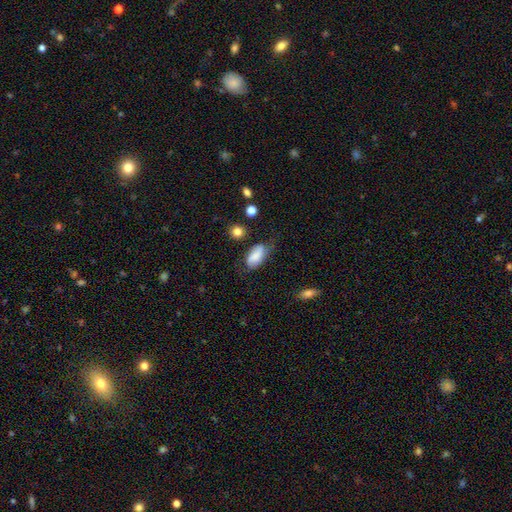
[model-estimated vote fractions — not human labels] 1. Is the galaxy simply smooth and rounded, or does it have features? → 72% smooth, 19% featured or disk, 8% star or artifact.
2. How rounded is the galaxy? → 91% in between, 5% cigar-shaped, 5% round.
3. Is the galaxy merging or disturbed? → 47% none, 35% minor disturbance, 15% major disturbance, 4% merger.